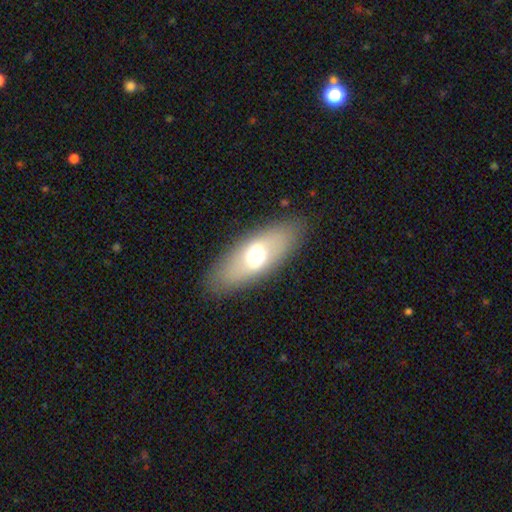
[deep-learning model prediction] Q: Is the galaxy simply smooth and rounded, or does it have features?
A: smooth — 58%.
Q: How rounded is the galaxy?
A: in between — 77%.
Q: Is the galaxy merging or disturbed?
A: none — 85%.